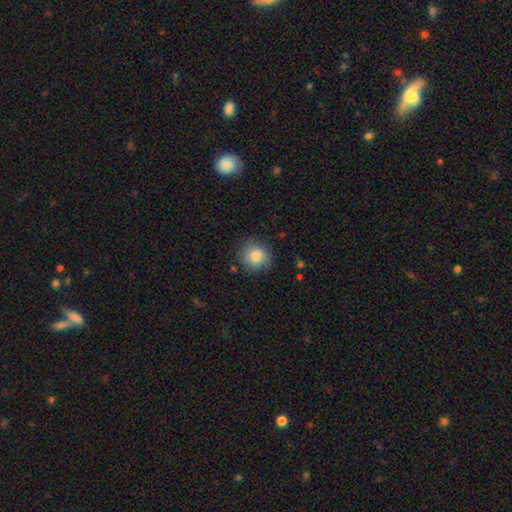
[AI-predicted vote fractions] Overall: smooth (83%). How rounded: round (90%). Merging: none (80%).